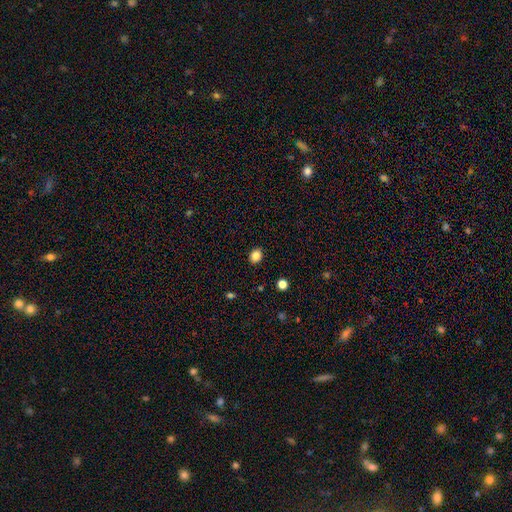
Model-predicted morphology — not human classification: Smooth or featured? Predicted: smooth (p=0.85). How rounded? Predicted: round (p=0.55). Merging? Predicted: none (p=0.90).